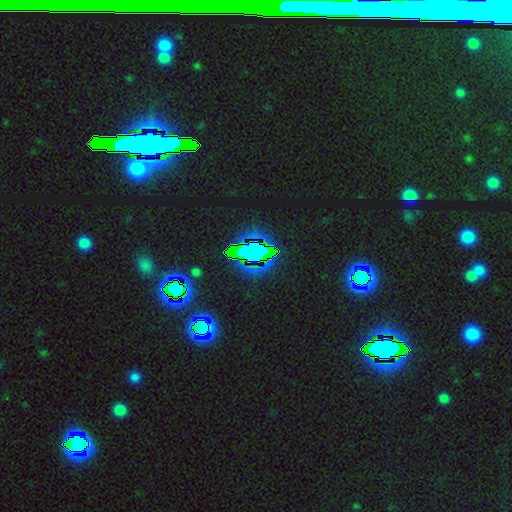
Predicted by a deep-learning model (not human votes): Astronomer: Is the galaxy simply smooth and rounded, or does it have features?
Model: star or artifact — 83%.